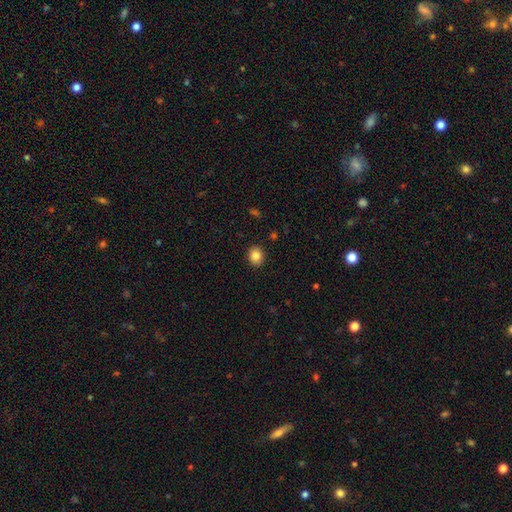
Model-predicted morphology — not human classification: Smooth or featured? smooth (84%)
How rounded? round (66%)
Merging? none (91%)